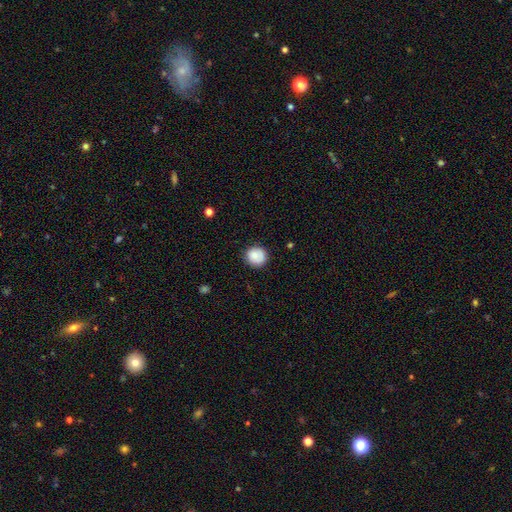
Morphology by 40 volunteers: Volunteers were most divided on "smooth or featured": smooth: 72%, featured or disk: 20%, star or artifact: 8%. More confident: how rounded — round (100%); merging — none (84%).